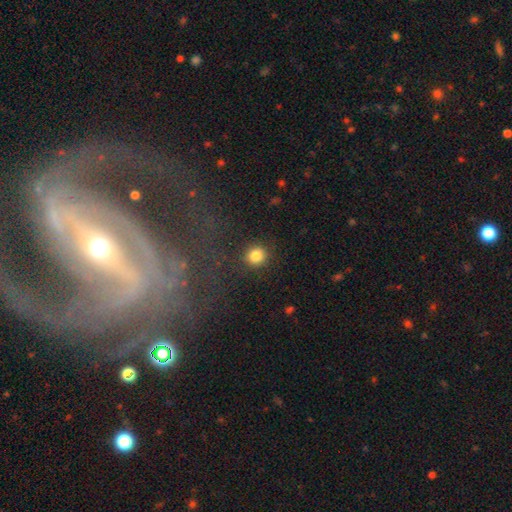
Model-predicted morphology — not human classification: smooth_or_featured: smooth (p=0.83) [alt: star or artifact p=0.12]
how_rounded: round (p=0.92) [alt: in between p=0.07]
merging: none (p=0.89) [alt: minor disturbance p=0.06]